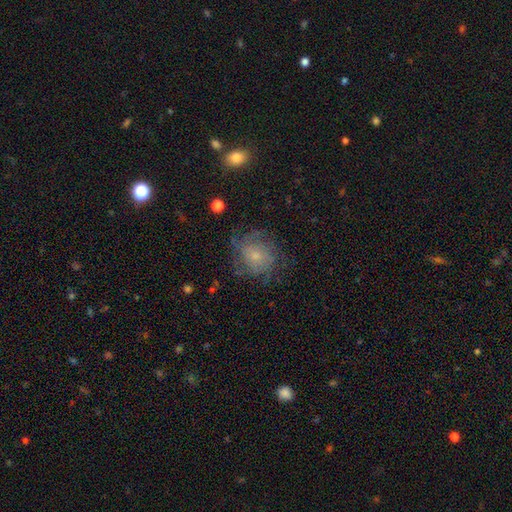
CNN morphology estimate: type=featured or disk (48%); merging=none (64%).